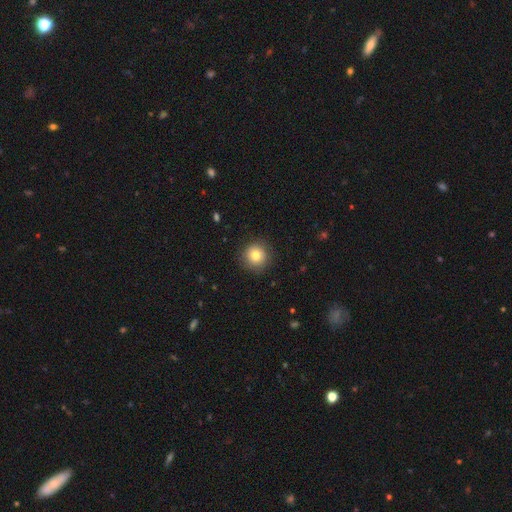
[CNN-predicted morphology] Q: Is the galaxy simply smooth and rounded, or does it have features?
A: smooth — 80%.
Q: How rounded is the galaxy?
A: round — 95%.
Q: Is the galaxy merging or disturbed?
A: none — 90%.